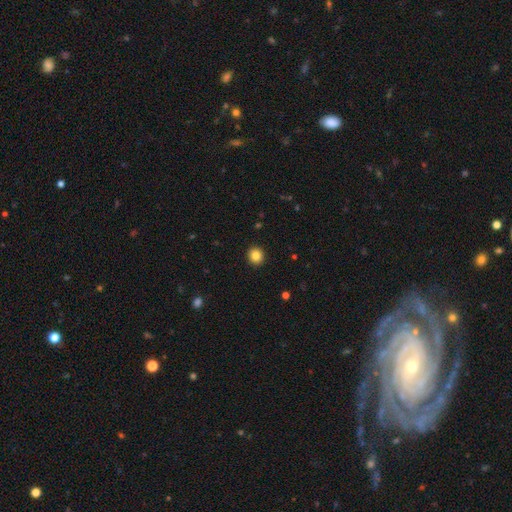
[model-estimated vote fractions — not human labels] Morphology: type=smooth (84%); roundness=round (88%); merging=none (93%).